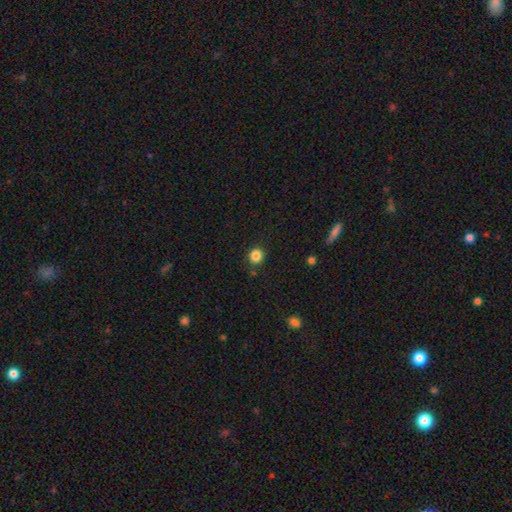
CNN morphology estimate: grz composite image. It shows a smooth galaxy with no disk features (84%) that is round (89%). Merging: none (87%).